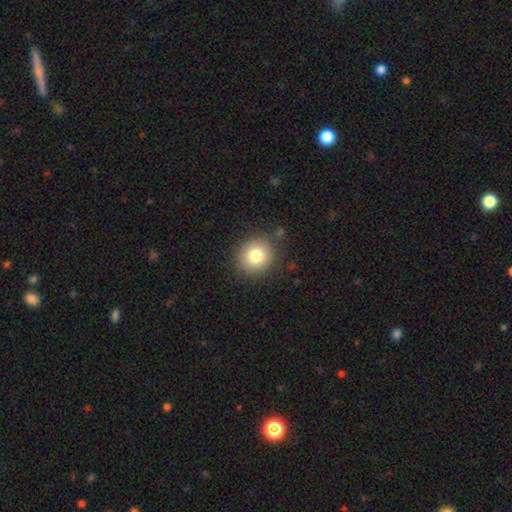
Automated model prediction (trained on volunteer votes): This appears to be a smooth galaxy with no disk features (81%) that is round (82%). Merging: none (85%).